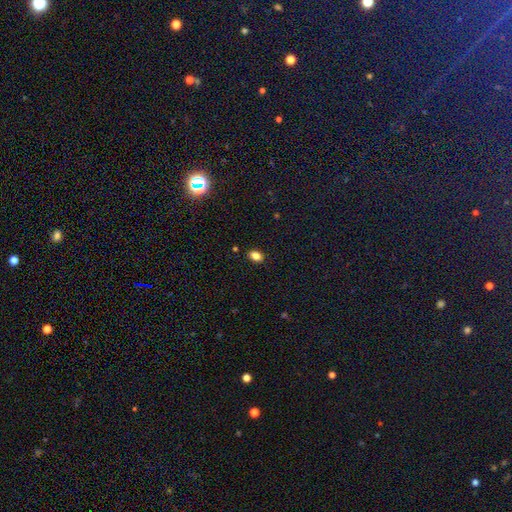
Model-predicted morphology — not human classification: This appears to be a smooth galaxy with no disk features (82%) that is in between round and cigar-shaped (81%). Merging: none (88%).